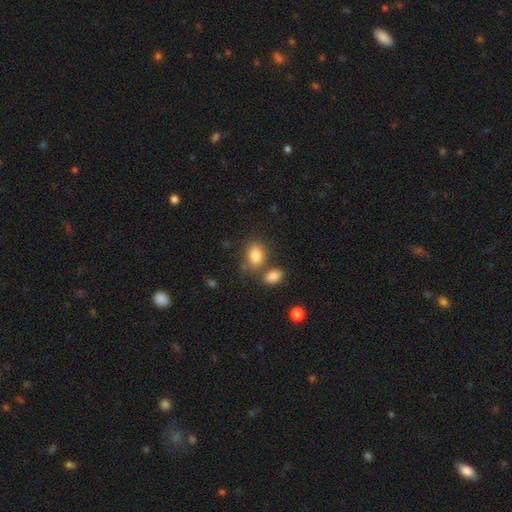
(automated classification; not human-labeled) Smooth or featured? smooth (84%)
How rounded? in between (69%)
Merging? none (60%)